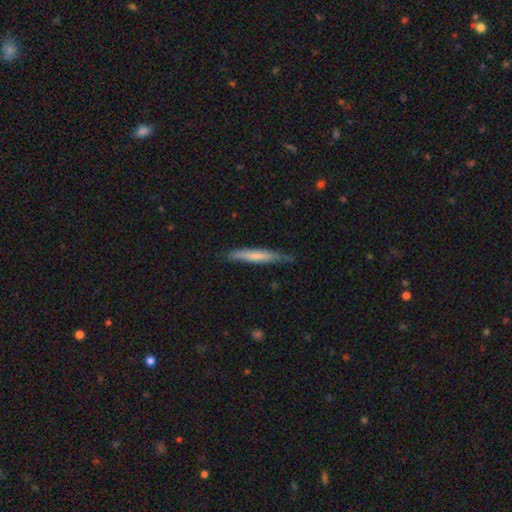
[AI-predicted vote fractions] Smooth or featured? smooth (60%)
How rounded? cigar-shaped (94%)
Merging? none (75%)